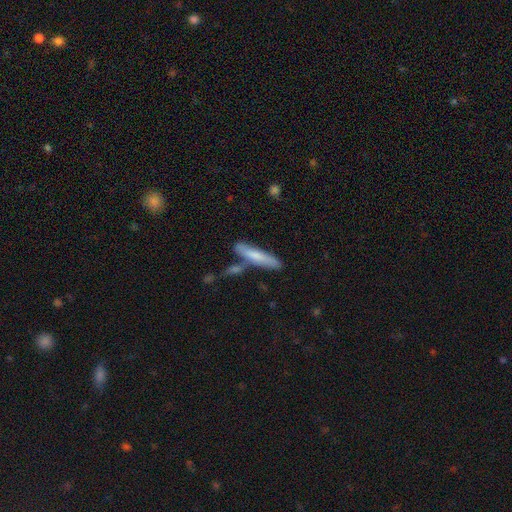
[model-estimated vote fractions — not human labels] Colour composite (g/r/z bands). It shows a smooth galaxy with no disk features (67%) that is cigar-shaped (87%). Merging: none (67%).